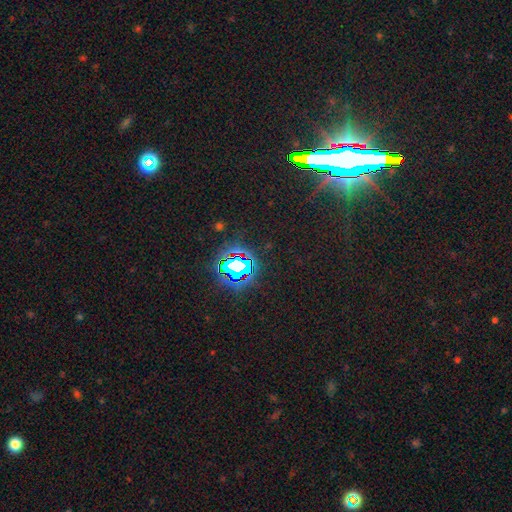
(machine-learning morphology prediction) Overall: star or artifact (83%).